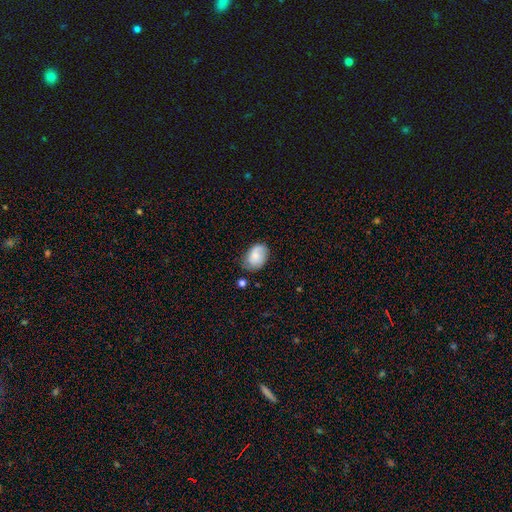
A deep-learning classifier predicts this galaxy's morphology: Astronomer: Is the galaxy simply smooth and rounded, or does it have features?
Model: smooth — 68%.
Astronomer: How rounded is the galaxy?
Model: in between — 79%.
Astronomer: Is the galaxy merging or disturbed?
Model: none — 60%.